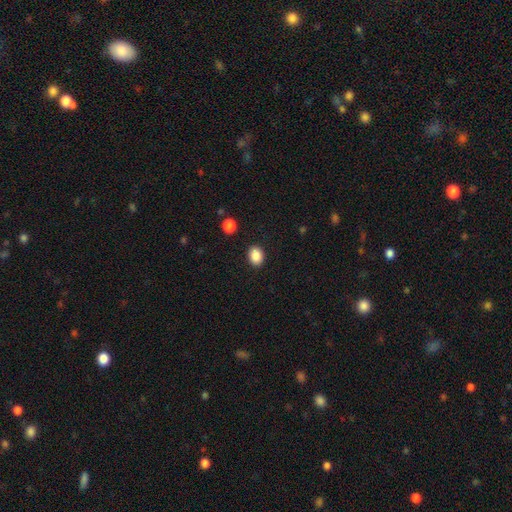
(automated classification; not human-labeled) This is clearly a smooth galaxy (87%). How rounded: likely in between (63%). Merging: clearly none (90%).